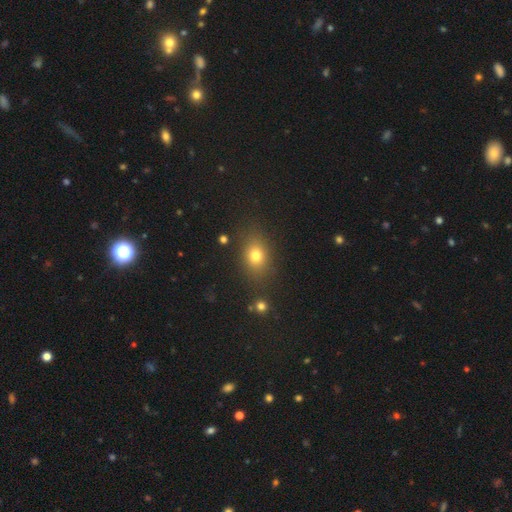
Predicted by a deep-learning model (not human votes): Smooth or featured? Predicted: smooth (p=0.75). How rounded? Predicted: in between (p=0.61). Merging? Predicted: none (p=0.81).